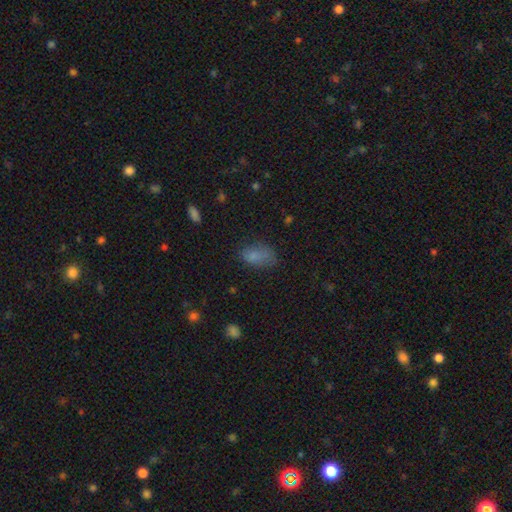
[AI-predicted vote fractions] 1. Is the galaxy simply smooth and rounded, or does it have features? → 78% smooth, 12% star or artifact, 10% featured or disk.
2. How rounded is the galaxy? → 90% in between, 7% round, 3% cigar-shaped.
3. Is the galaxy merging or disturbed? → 53% none, 30% minor disturbance, 15% major disturbance, 3% merger.